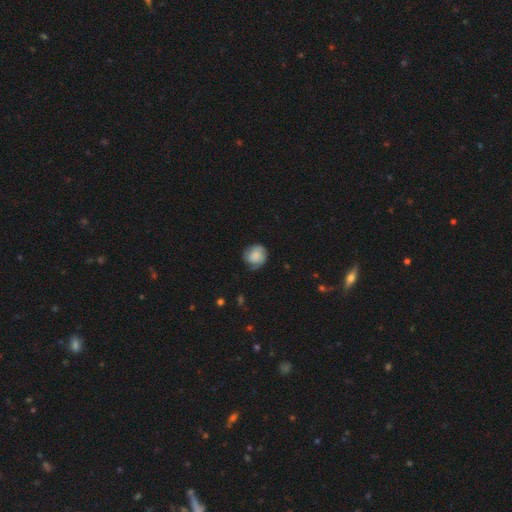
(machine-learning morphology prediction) The model was most divided on "smooth or featured": smooth: 60%, featured or disk: 32%, star or artifact: 8%. More confident: how rounded — round (83%); merging — none (69%).